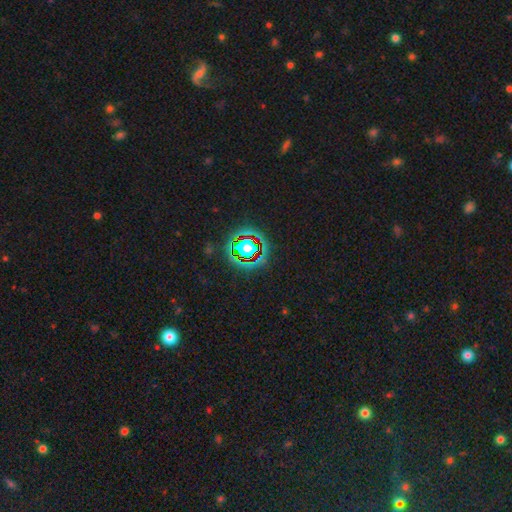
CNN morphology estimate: Overall: star or artifact (79%).